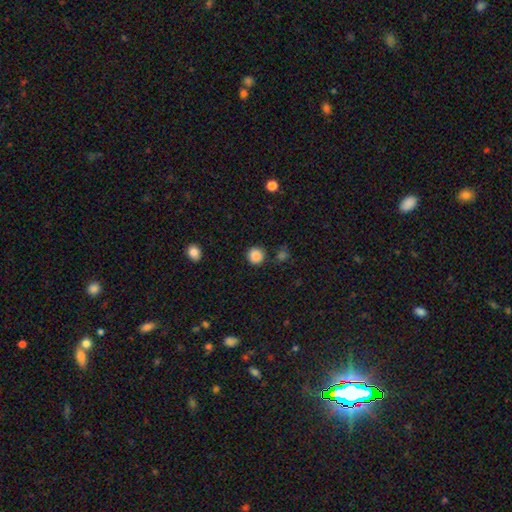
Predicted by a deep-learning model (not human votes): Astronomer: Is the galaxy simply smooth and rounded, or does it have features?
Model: smooth — 87%.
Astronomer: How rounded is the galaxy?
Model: round — 91%.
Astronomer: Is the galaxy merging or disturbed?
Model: none — 86%.